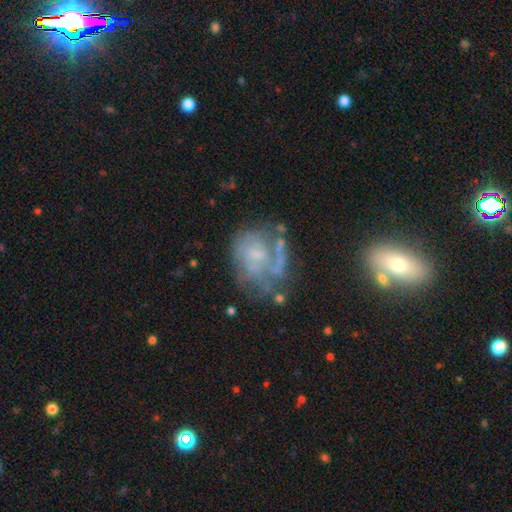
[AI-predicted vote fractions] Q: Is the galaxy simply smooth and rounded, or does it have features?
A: featured or disk — 66%.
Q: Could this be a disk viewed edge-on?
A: no — 98%.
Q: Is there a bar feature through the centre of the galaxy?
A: no — 66%.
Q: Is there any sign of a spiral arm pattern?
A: yes — 58%.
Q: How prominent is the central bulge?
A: small — 41%.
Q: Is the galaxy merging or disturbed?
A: none — 38%.